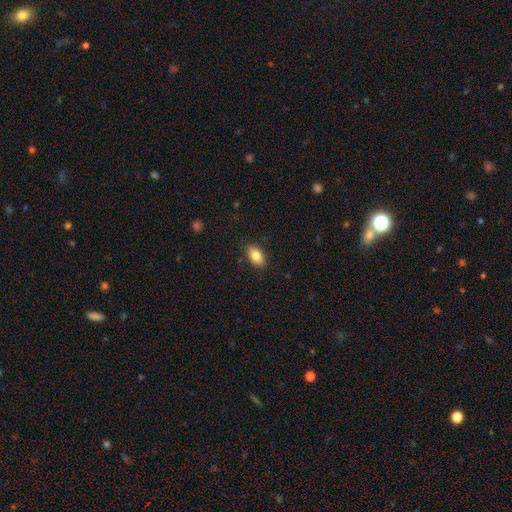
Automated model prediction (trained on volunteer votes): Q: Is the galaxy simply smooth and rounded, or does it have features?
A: smooth — 83%.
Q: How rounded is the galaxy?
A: in between — 91%.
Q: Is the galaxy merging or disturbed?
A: none — 88%.